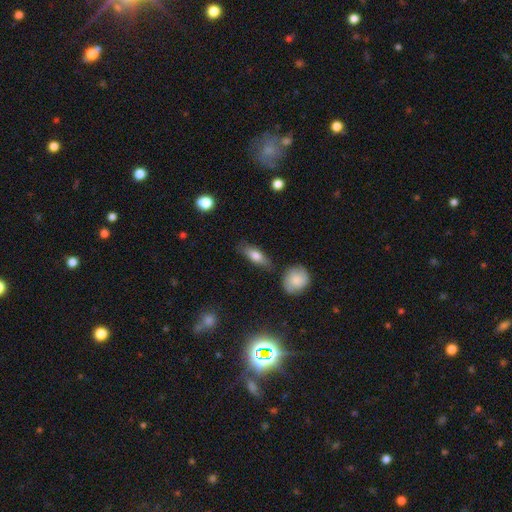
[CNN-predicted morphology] This is likely a smooth galaxy (72%). How rounded: likely in between (64%). Merging: likely none (79%).